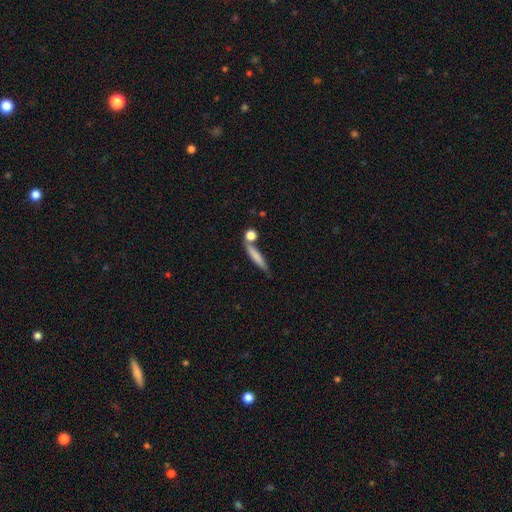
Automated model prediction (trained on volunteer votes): A smooth galaxy with no disk features (74%) that is cigar-shaped (84%).

Vote fractions:
- Smooth or featured? smooth: 74% / featured or disk: 19% / star or artifact: 7%
- How rounded? cigar-shaped: 84% / in between: 12% / round: 4%
- Merging? none: 67% / merger: 15% / minor disturbance: 14% / major disturbance: 4%